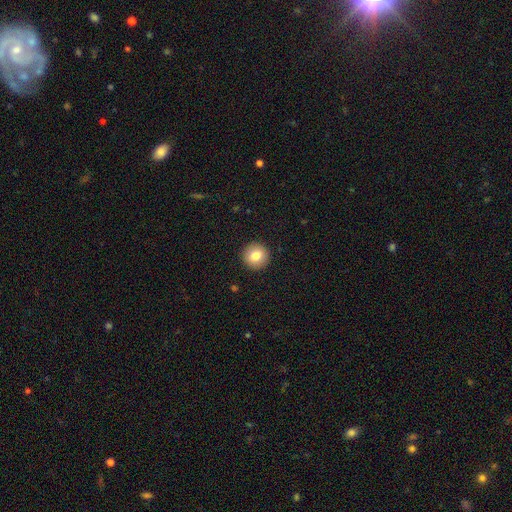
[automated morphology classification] smooth-or-featured: smooth: 81% | featured or disk: 10% | star or artifact: 9%
  how-rounded: round: 95% | in between: 4% | cigar-shaped: 1%
  merging: none: 93% | minor disturbance: 4% | major disturbance: 2% | merger: 1%